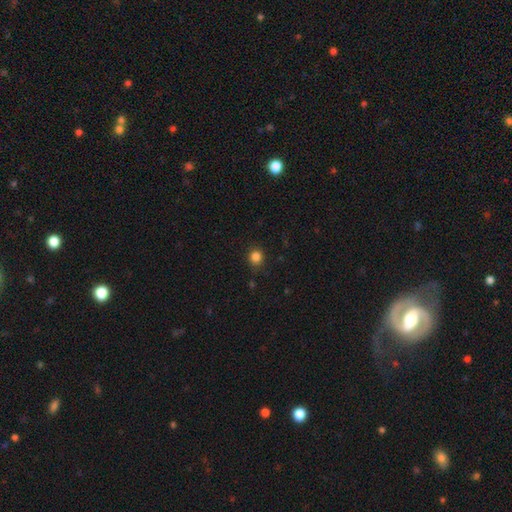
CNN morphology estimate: Overall: smooth (84%). How rounded: round (87%). Merging: none (86%).